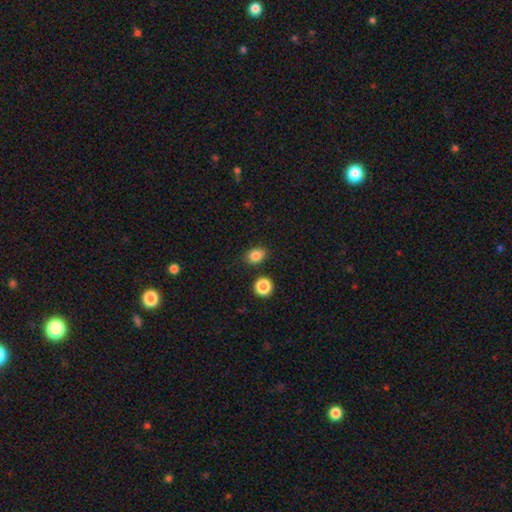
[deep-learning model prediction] The model was most divided on "how rounded": in between: 64%, round: 35%, cigar-shaped: 1%. More confident: smooth or featured — smooth (83%); merging — none (82%).